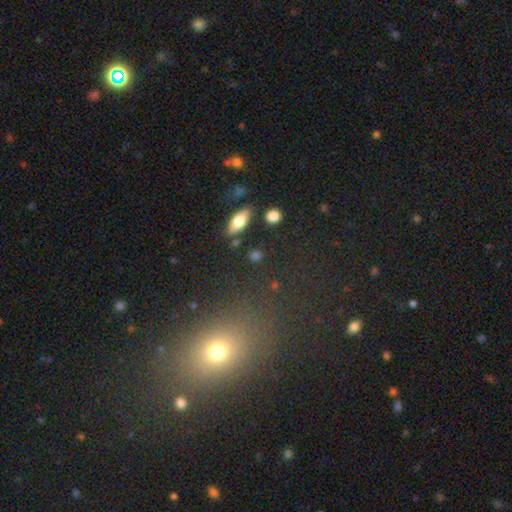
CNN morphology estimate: This appears to be a smooth galaxy with no disk features (71%) that is in between round and cigar-shaped (68%). Merging: none (83%).